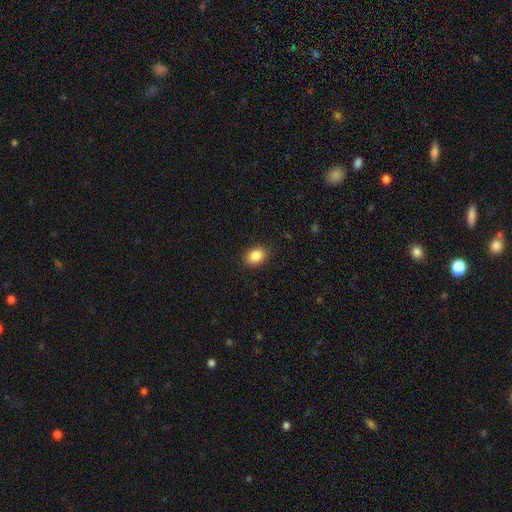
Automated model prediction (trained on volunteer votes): Morphology: type=smooth (86%); roundness=in between (71%); merging=none (89%).